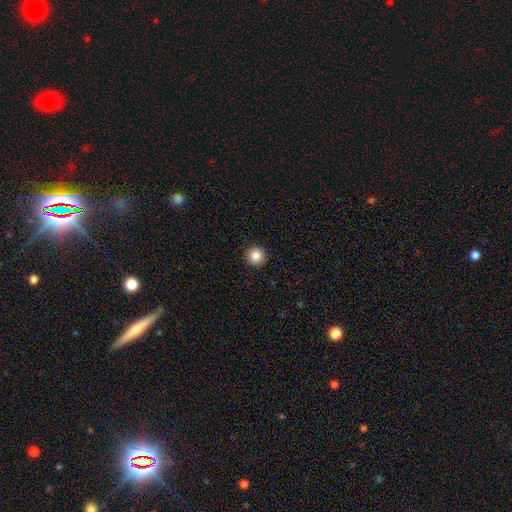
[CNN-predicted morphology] smooth_or_featured: smooth (p=0.86) [alt: star or artifact p=0.10]
how_rounded: round (p=0.96) [alt: in between p=0.03]
merging: none (p=0.93) [alt: minor disturbance p=0.04]